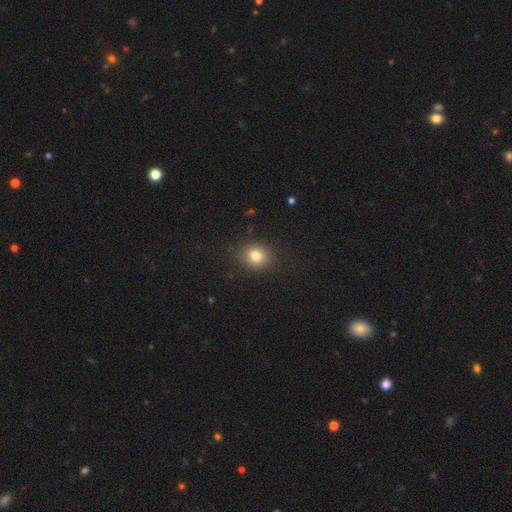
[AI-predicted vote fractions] Smooth or featured: smooth — 82% (star or artifact — 11%)
How rounded: round — 66% (in between — 33%)
Merging: none — 84% (minor disturbance — 12%)